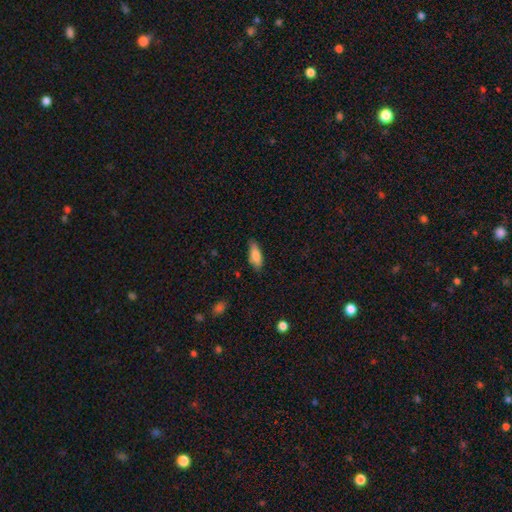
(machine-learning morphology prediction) smooth-or-featured: smooth: 82% | featured or disk: 11% | star or artifact: 6%
  how-rounded: in between: 66% | cigar-shaped: 32% | round: 2%
  merging: none: 80% | minor disturbance: 16% | major disturbance: 3% | merger: 1%